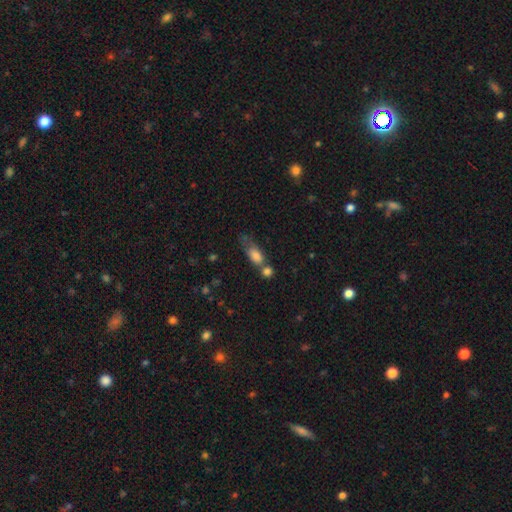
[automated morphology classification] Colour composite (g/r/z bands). It shows a smooth galaxy with no disk features (78%) that is in between round and cigar-shaped (72%). Merging: merger (43%).